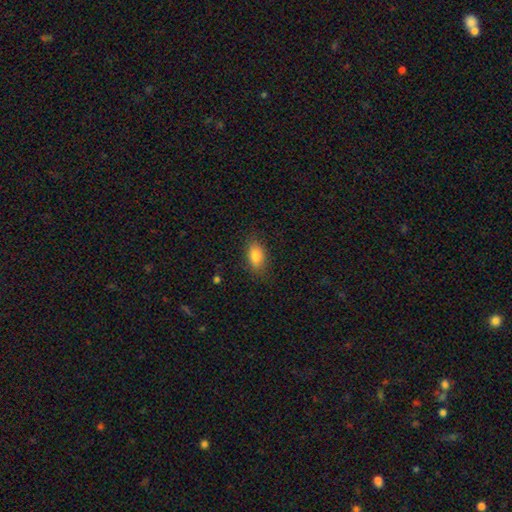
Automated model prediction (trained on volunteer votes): smooth_or_featured: smooth (p=0.83) [alt: featured or disk p=0.09]
how_rounded: in between (p=0.88) [alt: round p=0.07]
merging: none (p=0.81) [alt: minor disturbance p=0.14]